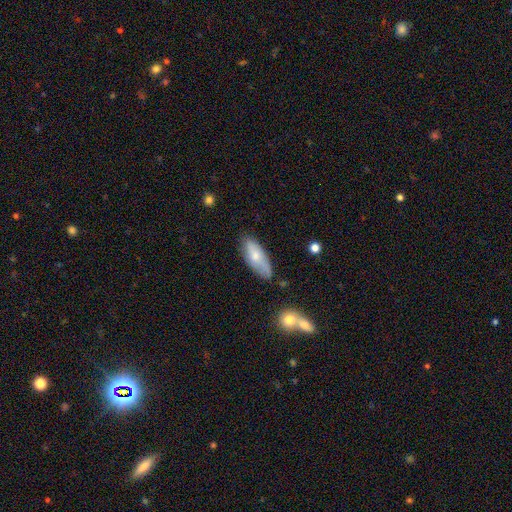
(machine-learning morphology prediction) Smooth or featured? smooth (70%)
How rounded? in between (76%)
Merging? none (67%)